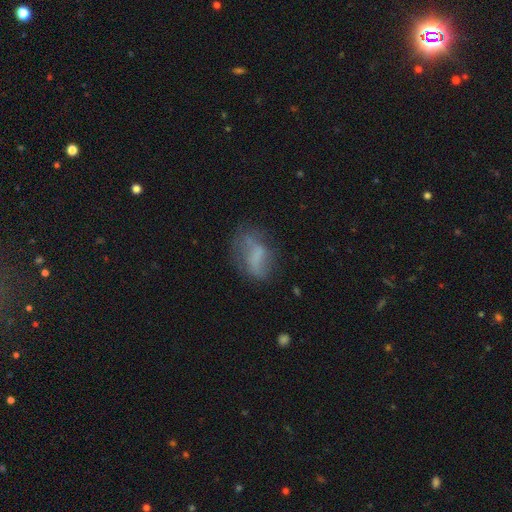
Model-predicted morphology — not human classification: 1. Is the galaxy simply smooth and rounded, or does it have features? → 50% smooth, 38% featured or disk, 12% star or artifact.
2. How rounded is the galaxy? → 80% in between, 14% round, 6% cigar-shaped.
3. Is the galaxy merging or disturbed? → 46% none, 26% minor disturbance, 22% major disturbance, 5% merger.